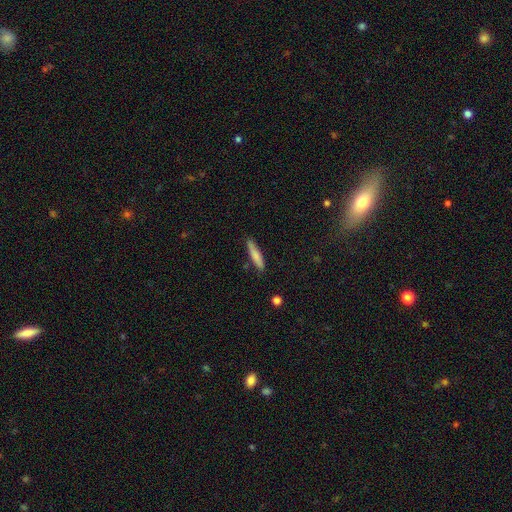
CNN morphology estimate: This appears to be a smooth galaxy with no disk features (75%) that is cigar-shaped (89%). Merging: none (82%).